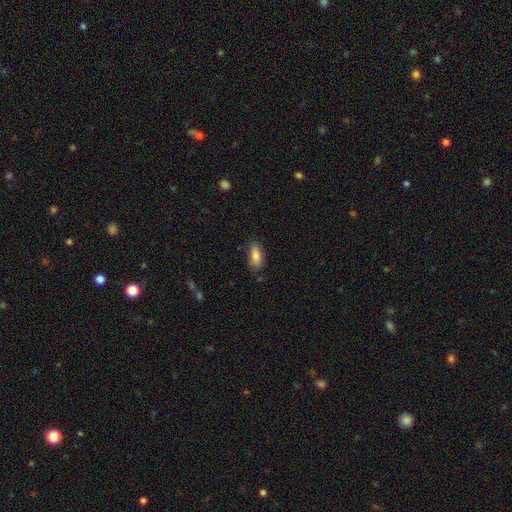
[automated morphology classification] Smooth or featured? smooth (83%)
How rounded? in between (80%)
Merging? none (80%)